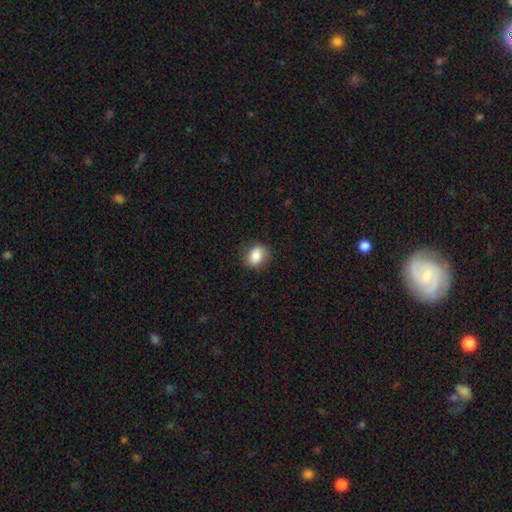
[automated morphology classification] The model was most divided on "how rounded": in between: 50%, round: 49%, cigar-shaped: 1%. More confident: smooth or featured — smooth (82%); merging — none (79%).